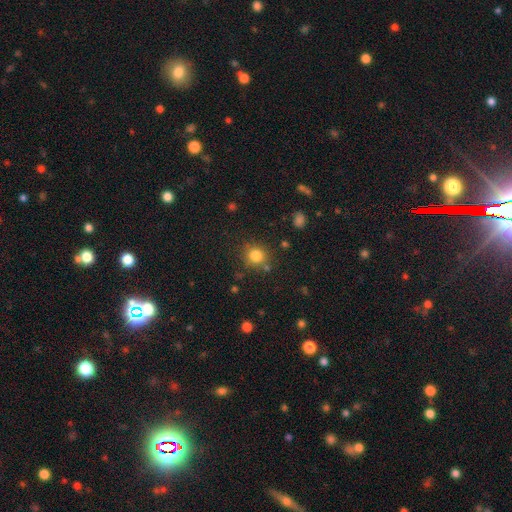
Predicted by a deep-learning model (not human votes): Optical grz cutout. It shows a smooth galaxy with no disk features (81%) that is round (89%). Merging: none (80%).